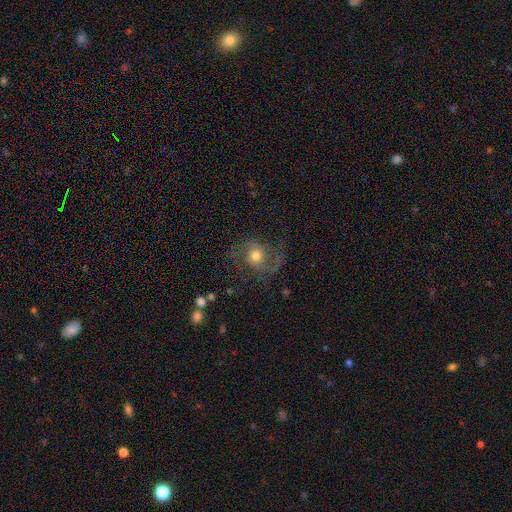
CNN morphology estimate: Smooth or featured? Predicted: featured or disk (p=0.71). Edge-on disk? Predicted: no (p=0.97). Bar? Predicted: no (p=0.72). Spiral arms? Predicted: yes (p=0.91). Spiral winding? Predicted: medium (p=0.47). Spiral arm count? Predicted: 2 (p=0.79). Bulge size? Predicted: moderate (p=0.68). Merging? Predicted: none (p=0.61).